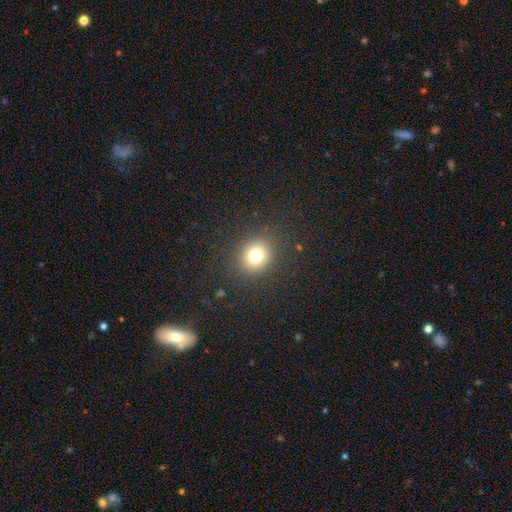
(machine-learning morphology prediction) This is likely a smooth galaxy (76%). How rounded: likely round (77%). Merging: clearly none (87%).